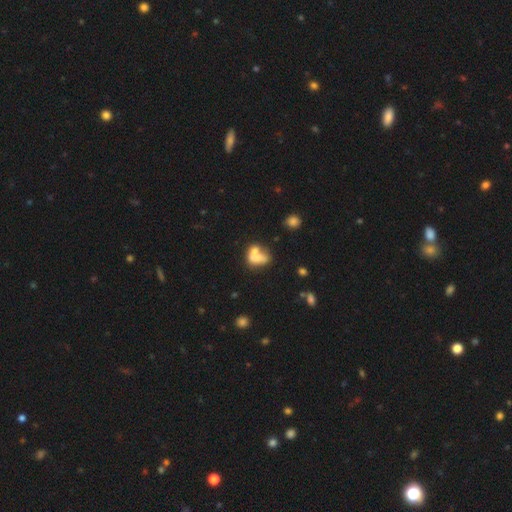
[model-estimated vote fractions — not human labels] Overall: smooth (62%; featured or disk 27%). How rounded: in between (72%). Merging: merger (51%; none 23%).